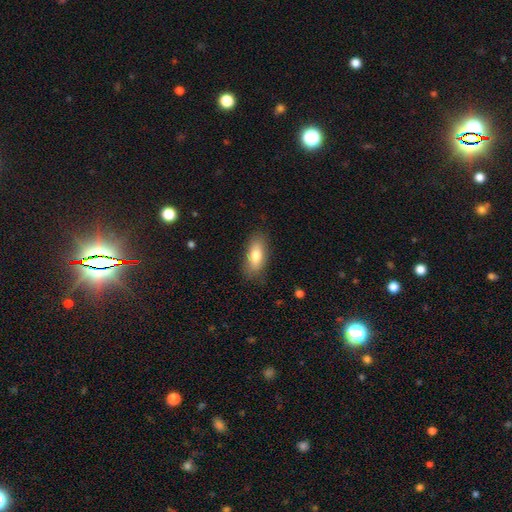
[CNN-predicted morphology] smooth-or-featured: smooth: 76% | featured or disk: 17% | star or artifact: 7%
  how-rounded: in between: 80% | cigar-shaped: 16% | round: 4%
  merging: none: 81% | minor disturbance: 14% | major disturbance: 4% | merger: 1%